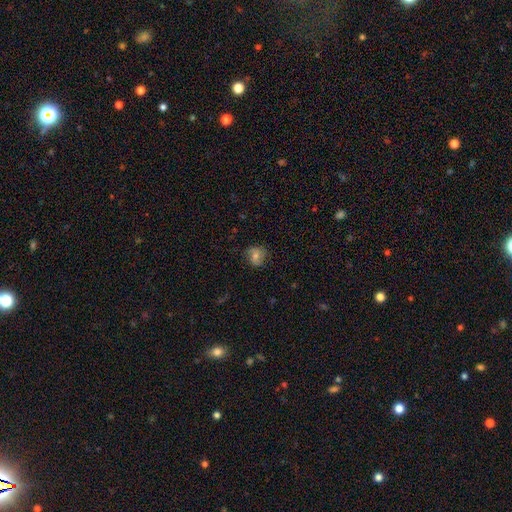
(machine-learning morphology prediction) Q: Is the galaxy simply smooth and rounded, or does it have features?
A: smooth — 58%.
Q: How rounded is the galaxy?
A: round — 74%.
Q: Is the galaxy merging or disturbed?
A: none — 77%.